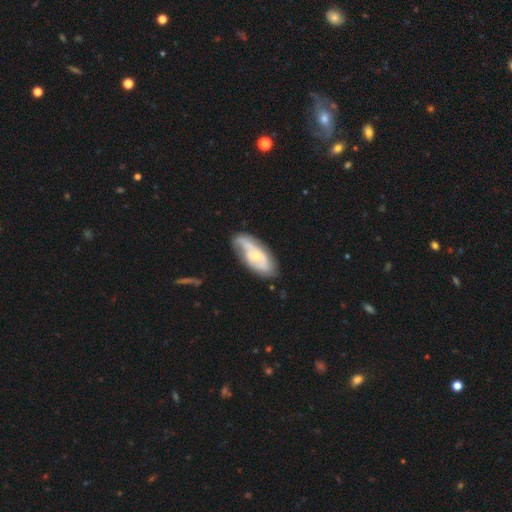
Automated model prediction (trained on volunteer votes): This appears to be a featured or disk galaxy (68%) with no bar (67%), 2 (45%) tight (44%) spiral arms (82%) and a small central bulge (58%). Merging: none (60%).